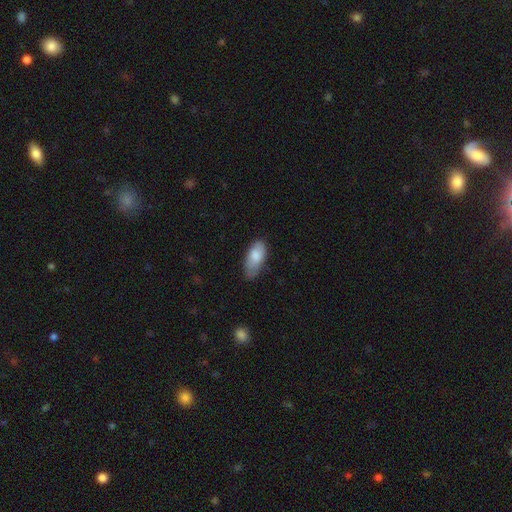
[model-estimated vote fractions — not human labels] The model was most divided on "merging": none: 59%, minor disturbance: 33%, major disturbance: 7%, merger: 2%. More confident: how rounded — in between (88%); smooth or featured — smooth (81%).